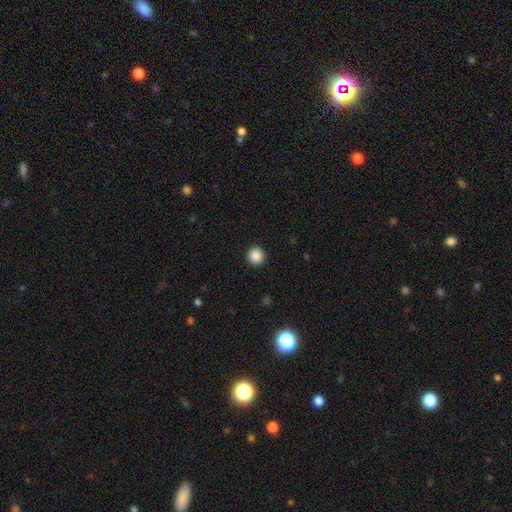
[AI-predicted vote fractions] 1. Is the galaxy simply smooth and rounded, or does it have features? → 88% smooth, 9% star or artifact, 3% featured or disk.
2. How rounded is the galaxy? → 95% round, 4% in between, 1% cigar-shaped.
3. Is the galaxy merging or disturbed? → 93% none, 5% minor disturbance, 2% major disturbance, 1% merger.